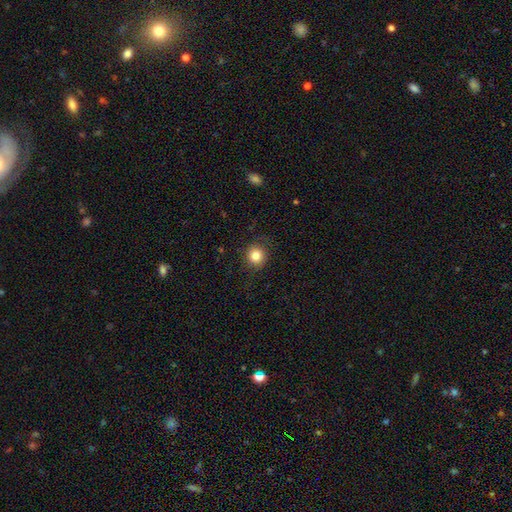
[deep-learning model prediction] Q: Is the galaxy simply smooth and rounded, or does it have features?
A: smooth — 83%.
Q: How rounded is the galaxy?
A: round — 89%.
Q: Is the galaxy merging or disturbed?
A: none — 86%.